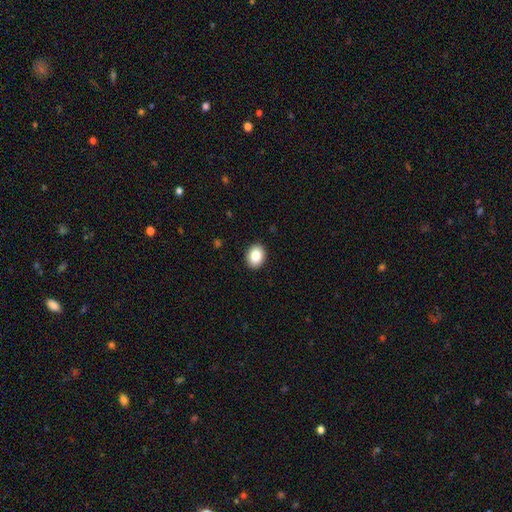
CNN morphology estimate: The model was most divided on "how rounded": in between: 60%, round: 39%, cigar-shaped: 1%. More confident: merging — none (91%); smooth or featured — smooth (85%).